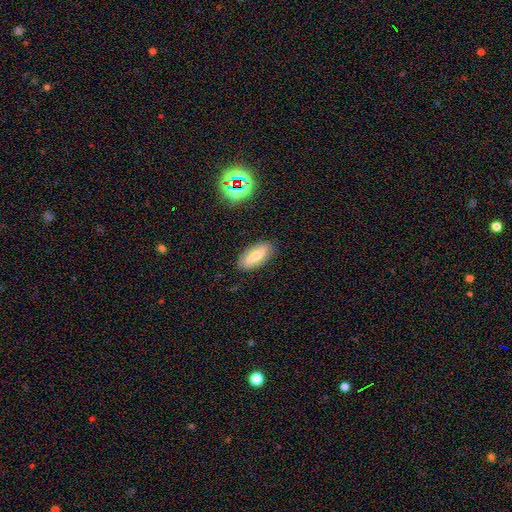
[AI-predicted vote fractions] smooth_or_featured: smooth (p=0.47) [alt: featured or disk p=0.42]
merging: none (p=0.85) [alt: minor disturbance p=0.11]